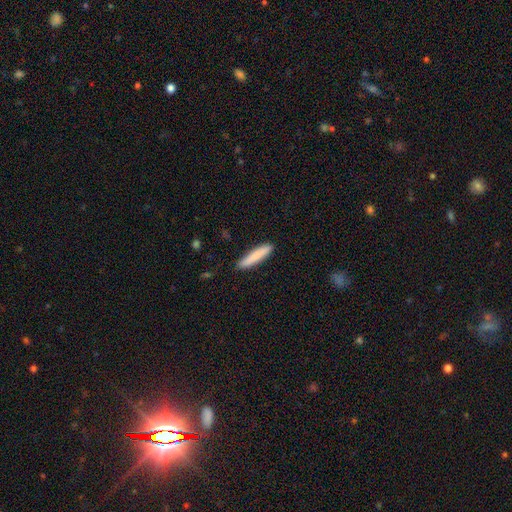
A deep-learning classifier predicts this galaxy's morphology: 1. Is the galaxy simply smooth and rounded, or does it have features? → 80% smooth, 15% featured or disk, 5% star or artifact.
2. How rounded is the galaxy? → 88% cigar-shaped, 11% in between, 1% round.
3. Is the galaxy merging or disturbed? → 89% none, 8% minor disturbance, 2% major disturbance, 1% merger.